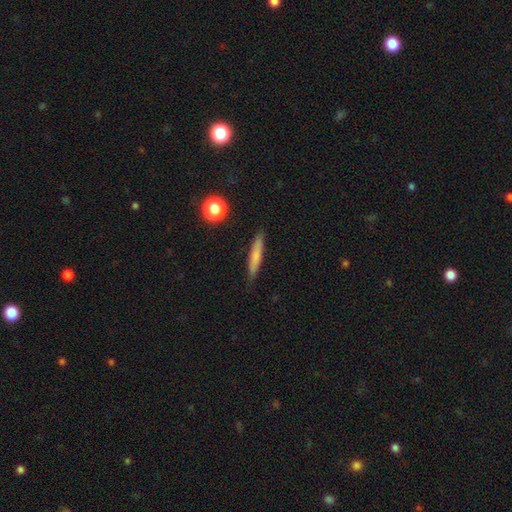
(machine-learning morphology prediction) The model was most divided on "smooth or featured": smooth: 70%, featured or disk: 22%, star or artifact: 8%. More confident: how rounded — cigar-shaped (91%); merging — none (88%).